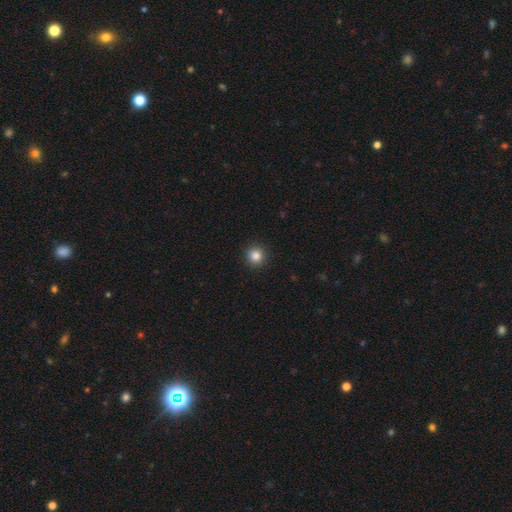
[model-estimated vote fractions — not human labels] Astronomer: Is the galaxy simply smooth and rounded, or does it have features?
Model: smooth — 85%.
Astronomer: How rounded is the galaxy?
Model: round — 94%.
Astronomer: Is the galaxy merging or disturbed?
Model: none — 93%.